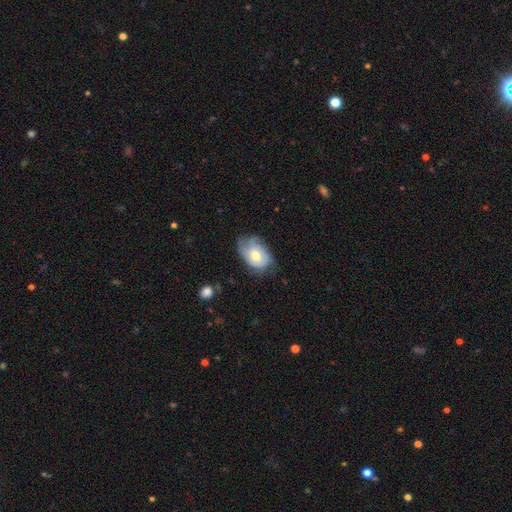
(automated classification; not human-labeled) The model was most divided on "smooth or featured": smooth: 53%, featured or disk: 40%, star or artifact: 7%. Remaining: how rounded — in between (81%); merging — none (49%).